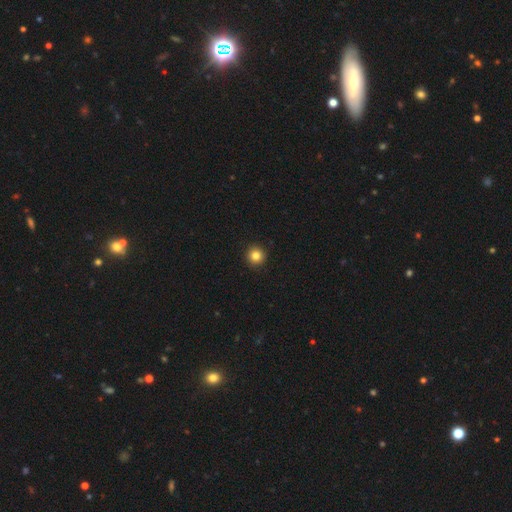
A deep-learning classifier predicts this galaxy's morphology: The model was most divided on "smooth or featured": smooth: 83%, star or artifact: 12%, featured or disk: 5%. More confident: how rounded — round (95%); merging — none (93%).